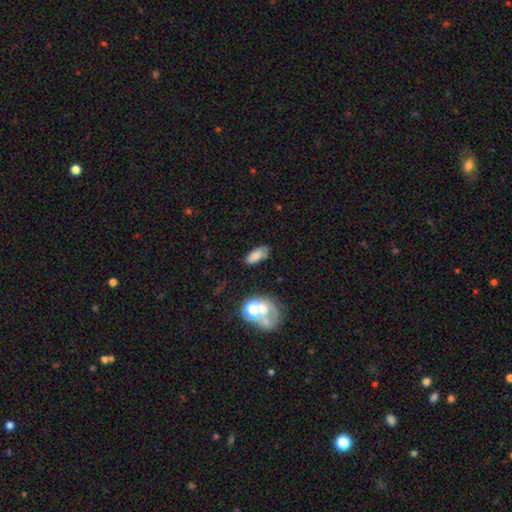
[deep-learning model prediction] A smooth galaxy with no disk features (74%) that is in between round and cigar-shaped (85%).

Vote fractions:
- Smooth or featured? smooth: 74% / star or artifact: 13% / featured or disk: 13%
- How rounded? in between: 85% / cigar-shaped: 11% / round: 5%
- Merging? none: 71% / minor disturbance: 18% / major disturbance: 6% / merger: 4%